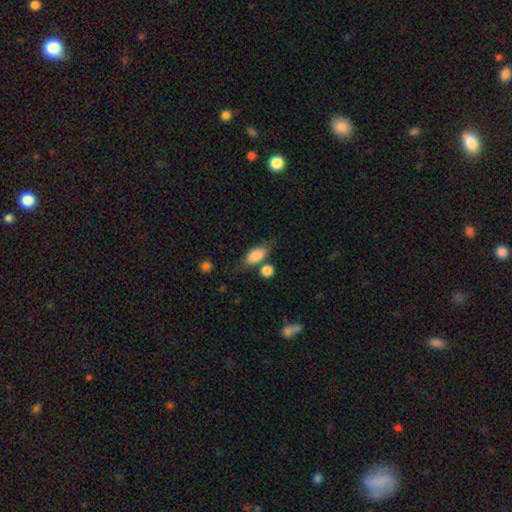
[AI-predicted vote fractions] Smooth or featured?
  - smooth: 83% *
  - featured or disk: 10%
  - star or artifact: 7%
How rounded?
  - in between: 85% *
  - cigar-shaped: 8%
  - round: 7%
Merging?
  - none: 61% *
  - minor disturbance: 18%
  - merger: 15%
  - major disturbance: 6%